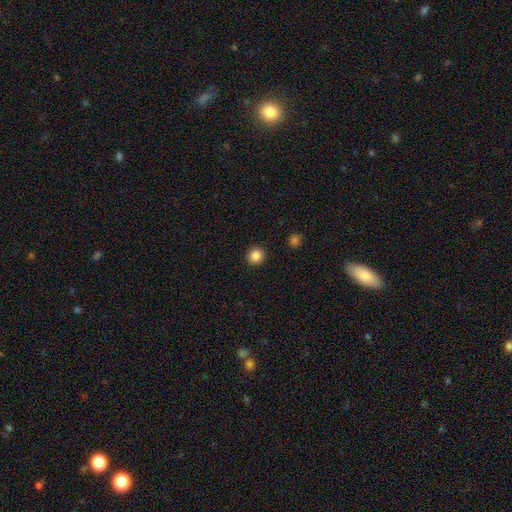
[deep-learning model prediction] The model was most divided on "smooth or featured": smooth: 86%, star or artifact: 10%, featured or disk: 4%. More confident: merging — none (93%); how rounded — round (92%).